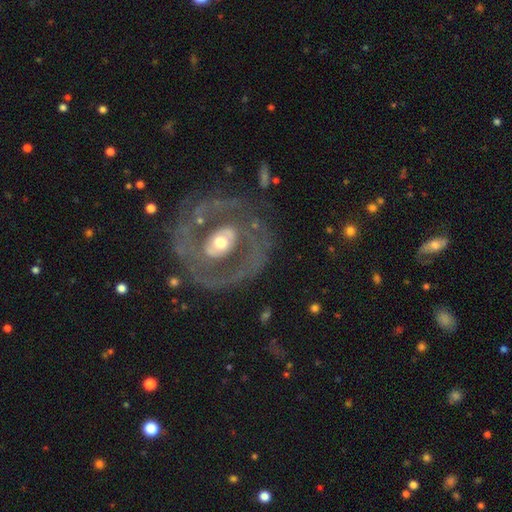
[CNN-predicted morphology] type=featured or disk (83%); edge-on=no (95%); bar=no (34%); spiral arms=yes (64%); winding=tight (52%); arm count=2 (66%); bulge=moderate (57%); merging=none (75%).